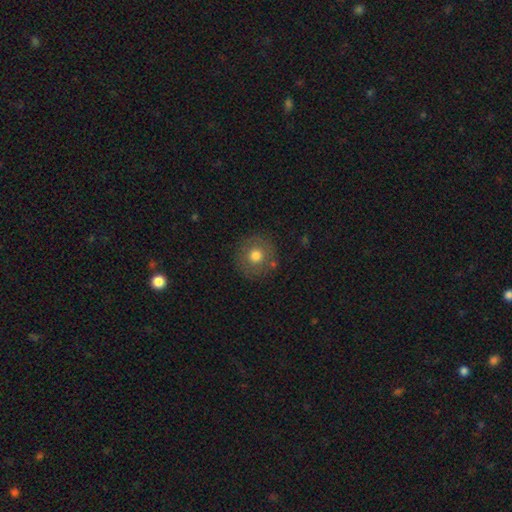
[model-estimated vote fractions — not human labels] smooth 72%, featured or disk 18%, star or artifact 10%. Down the decision tree: how rounded — round (94%); merging — none (86%).